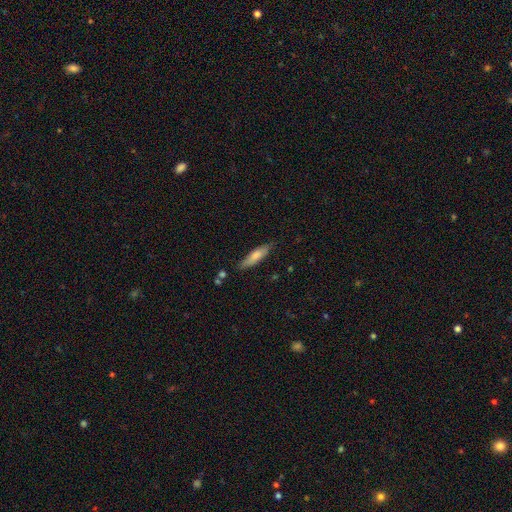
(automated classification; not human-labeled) Q: Smooth or featured?
A: smooth (73%); runner-up: featured or disk (21%)
Q: How rounded?
A: cigar-shaped (66%); runner-up: in between (32%)
Q: Merging?
A: none (76%); runner-up: minor disturbance (19%)